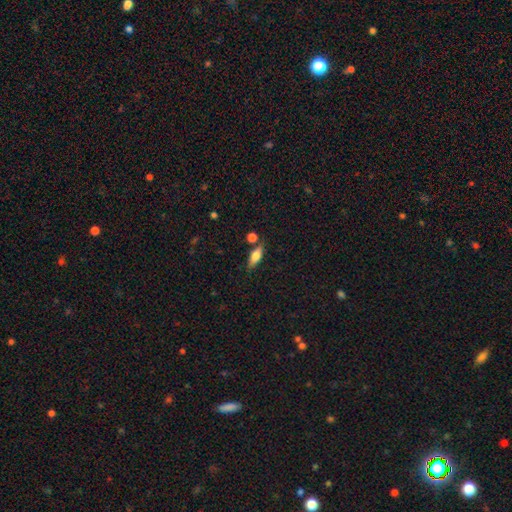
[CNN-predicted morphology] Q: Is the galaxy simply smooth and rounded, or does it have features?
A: smooth — 69%.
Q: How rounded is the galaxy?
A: in between — 67%.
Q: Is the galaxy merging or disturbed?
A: none — 76%.